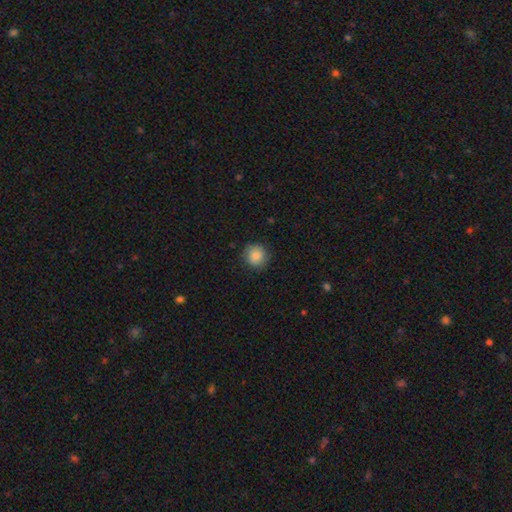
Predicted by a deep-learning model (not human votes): A smooth galaxy with no disk features (87%) that is round (91%). Merging: none (87%).